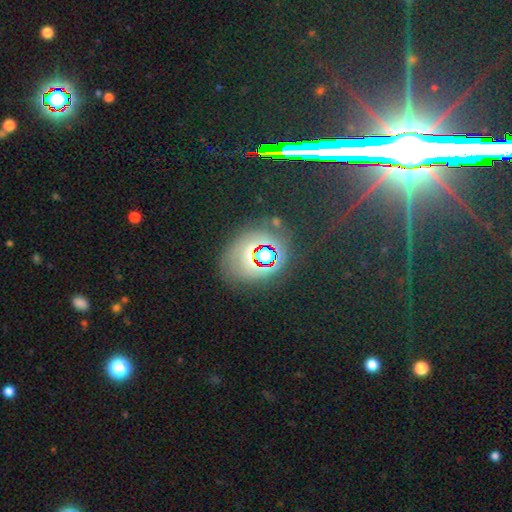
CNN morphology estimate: star or artifact 55%, smooth 29%, featured or disk 15%.